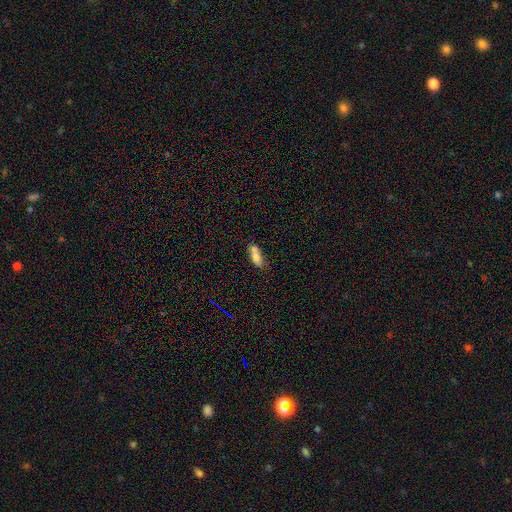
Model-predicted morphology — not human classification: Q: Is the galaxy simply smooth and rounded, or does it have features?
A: smooth — 75%.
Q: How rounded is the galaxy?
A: in between — 67%.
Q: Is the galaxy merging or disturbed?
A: none — 51%.